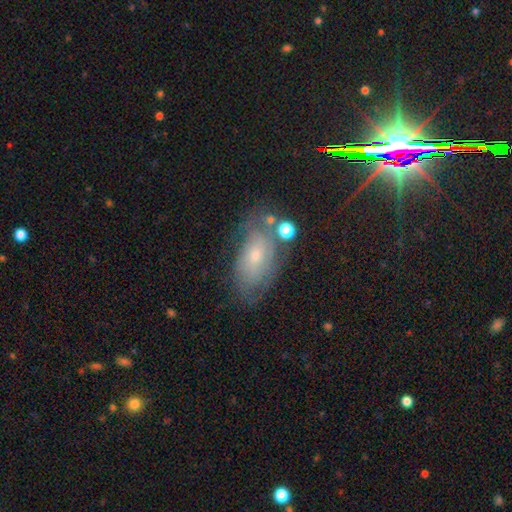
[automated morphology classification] Smooth or featured? Predicted: featured or disk (p=0.50). Merging? Predicted: none (p=0.57).